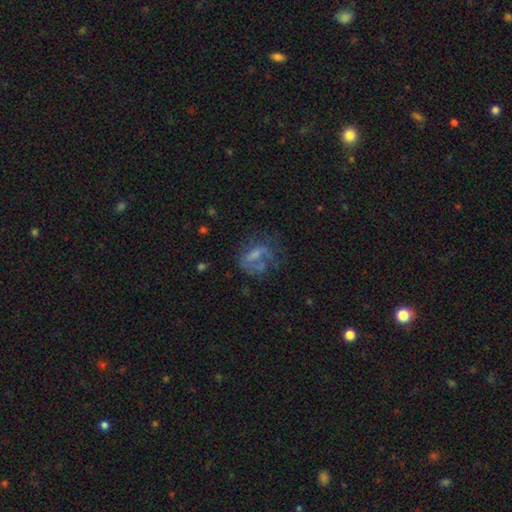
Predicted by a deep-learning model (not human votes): A featured or disk galaxy (48%). Merging: major disturbance (38%).